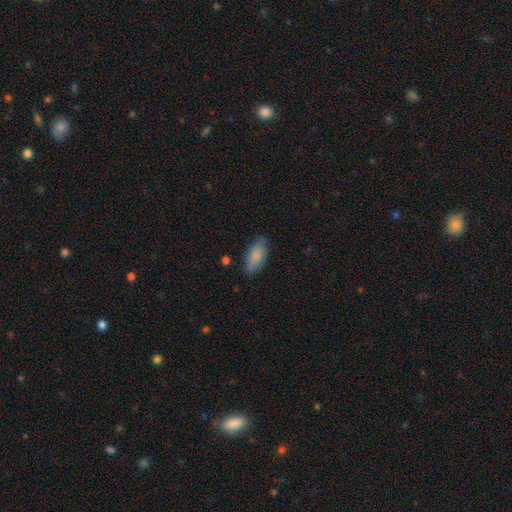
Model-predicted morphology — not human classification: Smooth or featured? Predicted: smooth (p=0.86). How rounded? Predicted: in between (p=0.87). Merging? Predicted: none (p=0.80).